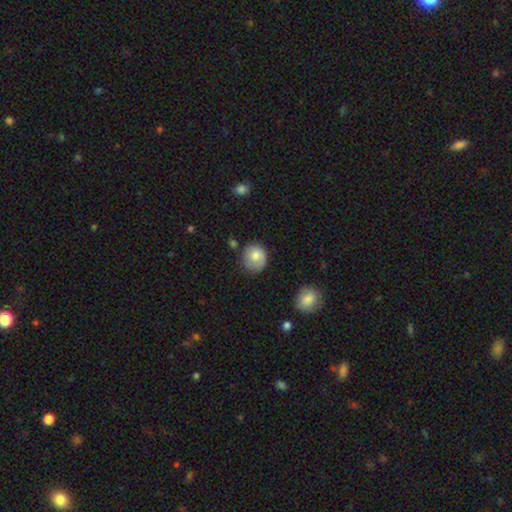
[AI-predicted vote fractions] Overall: smooth (77%). How rounded: round (79%). Merging: none (64%; minor disturbance 26%).